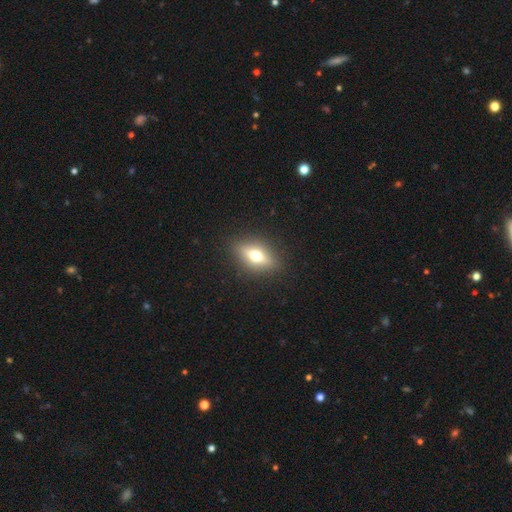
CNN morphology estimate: type=featured or disk (46%); merging=none (88%).